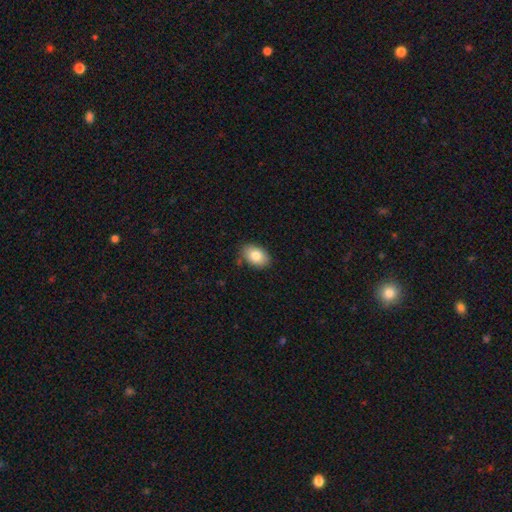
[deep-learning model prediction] smooth_or_featured: smooth (p=0.82) [alt: featured or disk p=0.10]
how_rounded: in between (p=0.84) [alt: round p=0.15]
merging: none (p=0.82) [alt: minor disturbance p=0.14]